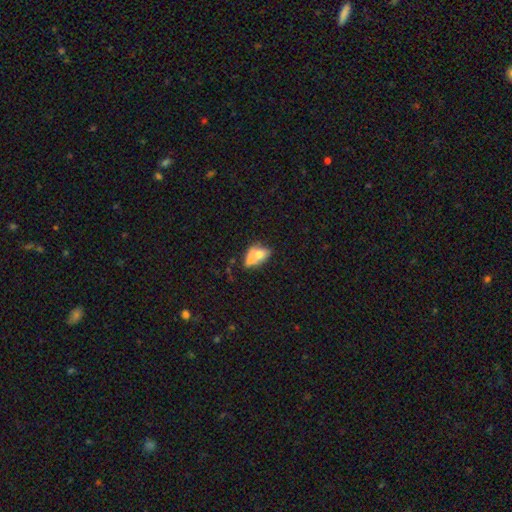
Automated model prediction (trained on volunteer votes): Smooth or featured?
  - smooth: 63% *
  - featured or disk: 27%
  - star or artifact: 10%
How rounded?
  - in between: 82% *
  - round: 13%
  - cigar-shaped: 6%
Merging?
  - merger: 34% *
  - none: 30%
  - minor disturbance: 22%
  - major disturbance: 14%